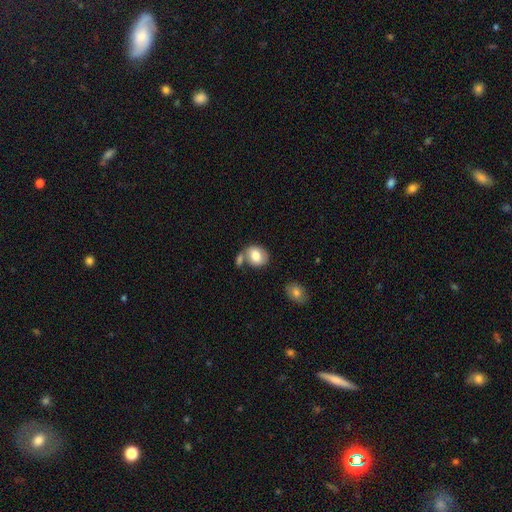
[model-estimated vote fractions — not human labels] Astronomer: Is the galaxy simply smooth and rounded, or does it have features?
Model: smooth — 76%.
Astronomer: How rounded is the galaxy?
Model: round — 55% (runner-up: in between, 44%).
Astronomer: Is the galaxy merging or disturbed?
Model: none — 51% (runner-up: merger, 27%).